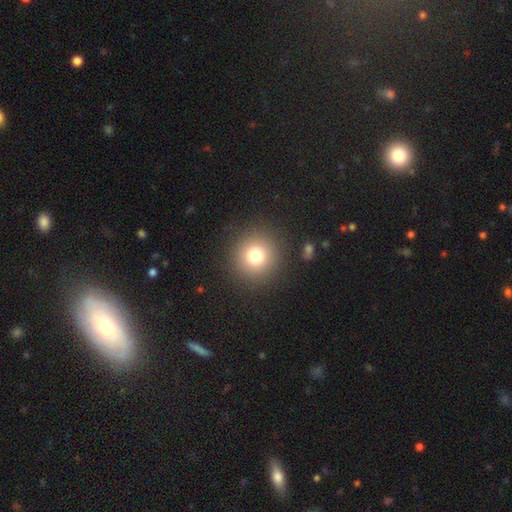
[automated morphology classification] Smooth or featured: smooth — 77% (star or artifact — 14%)
How rounded: round — 94% (in between — 5%)
Merging: none — 90% (minor disturbance — 6%)